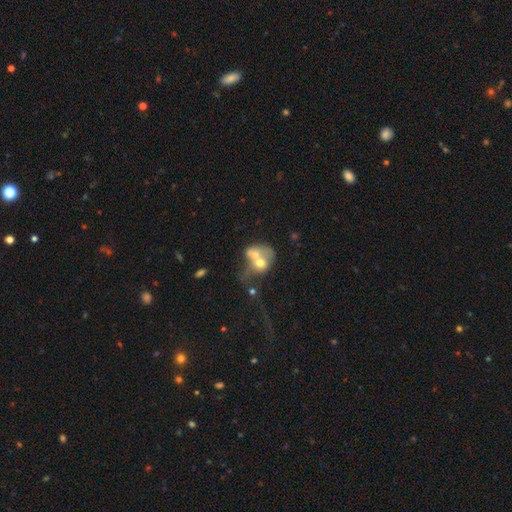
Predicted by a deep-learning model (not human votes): smooth 52%, featured or disk 38%, star or artifact 10%. Down the decision tree: how rounded — round (51%); merging — merger (75%).